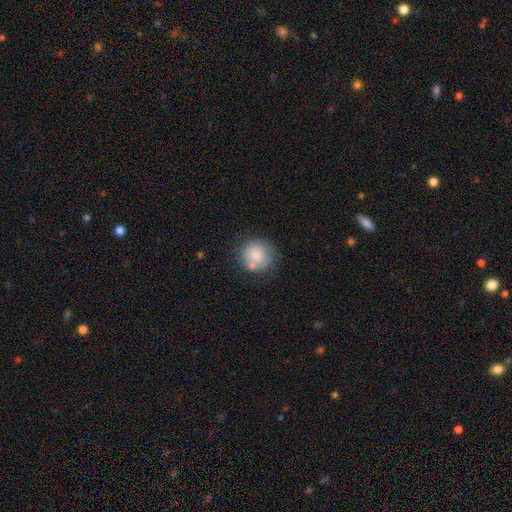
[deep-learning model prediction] Overall: smooth (76%). How rounded: round (91%). Merging: none (66%).